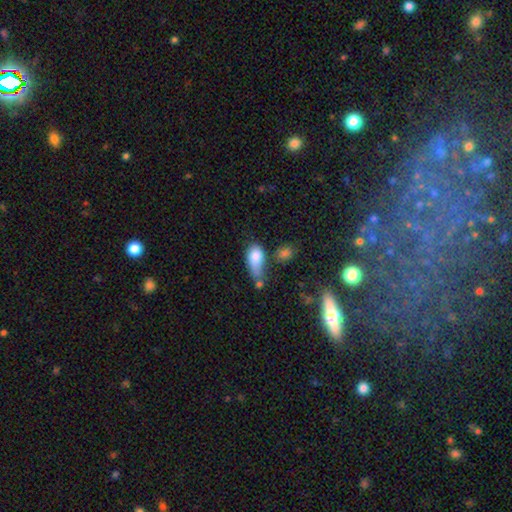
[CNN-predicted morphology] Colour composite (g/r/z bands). It shows a smooth galaxy with no disk features (81%) that is in between round and cigar-shaped (84%). Merging: minor disturbance (30%).